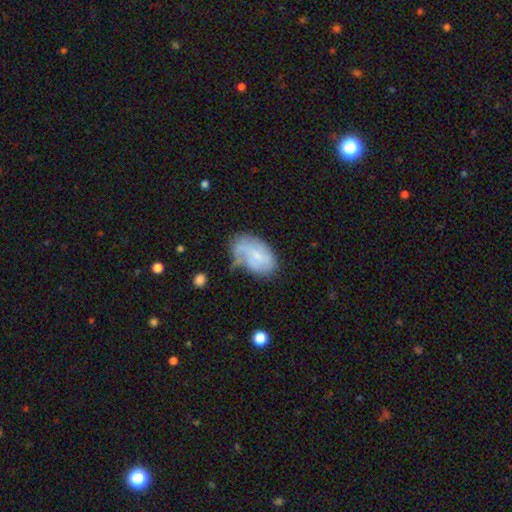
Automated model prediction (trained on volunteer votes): This is possibly a featured or disk galaxy (56%). It is clearly not viewed edge-on (97%). Bar: possibly no (49%). Spiral arm pattern: likely yes (75%). Central bulge: possibly small (60%). Merging: marginally none (38%).